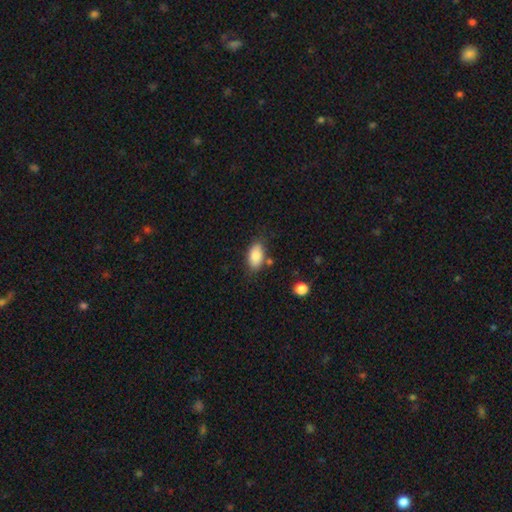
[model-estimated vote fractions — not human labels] A smooth galaxy with no disk features (84%) that is in between round and cigar-shaped (92%). Merging: none (74%).